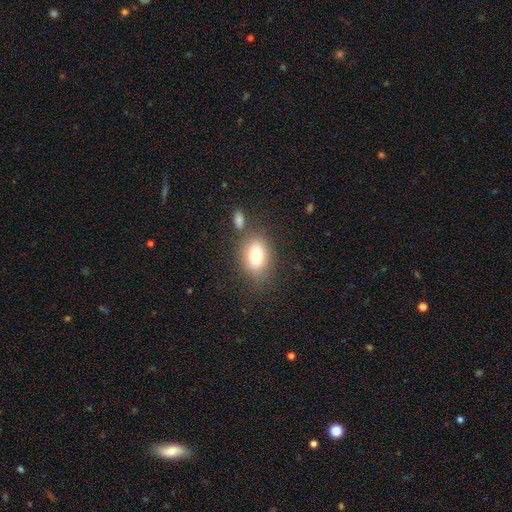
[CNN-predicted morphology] smooth-or-featured: smooth: 76% | featured or disk: 15% | star or artifact: 10%
  how-rounded: in between: 77% | round: 21% | cigar-shaped: 2%
  merging: none: 68% | minor disturbance: 15% | merger: 12% | major disturbance: 6%